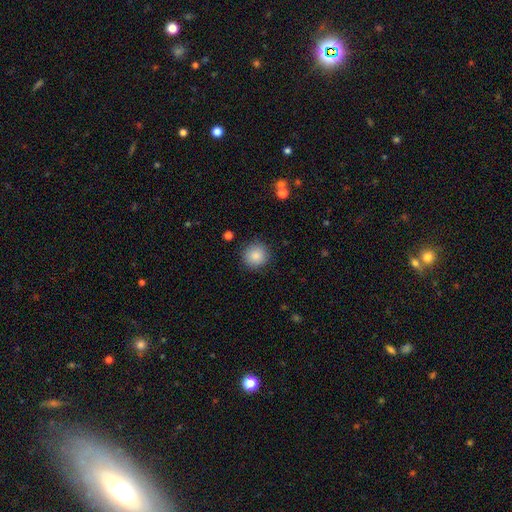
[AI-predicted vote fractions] Morphology: type=smooth (87%); roundness=round (94%); merging=none (90%).